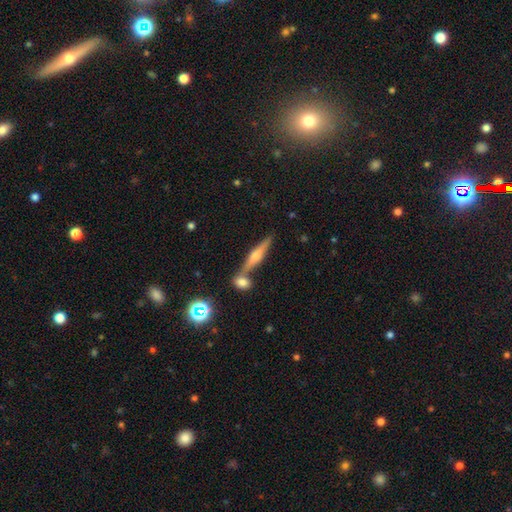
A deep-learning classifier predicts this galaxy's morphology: Smooth or featured? Predicted: featured or disk (p=0.56). Edge-on disk? Predicted: yes (p=0.95). Edge-on bulge? Predicted: rounded (p=0.78). Merging? Predicted: none (p=0.65).